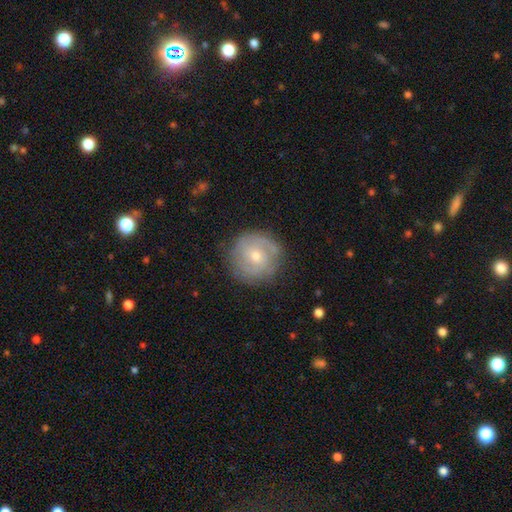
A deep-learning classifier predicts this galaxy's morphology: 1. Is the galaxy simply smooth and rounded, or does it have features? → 61% featured or disk, 31% smooth, 8% star or artifact.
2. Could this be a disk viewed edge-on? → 97% no, 3% yes.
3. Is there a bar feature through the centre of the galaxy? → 64% no, 31% weak, 6% strong.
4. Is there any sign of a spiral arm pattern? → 81% yes, 19% no.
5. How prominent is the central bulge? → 52% moderate, 44% small, 2% large, 1% none, 1% dominant.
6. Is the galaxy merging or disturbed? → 80% none, 15% minor disturbance, 5% major disturbance, 1% merger.